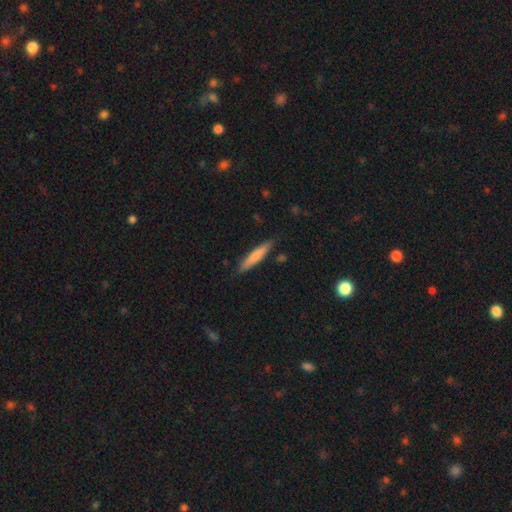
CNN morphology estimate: Smooth or featured? smooth (73%)
How rounded? cigar-shaped (90%)
Merging? none (85%)